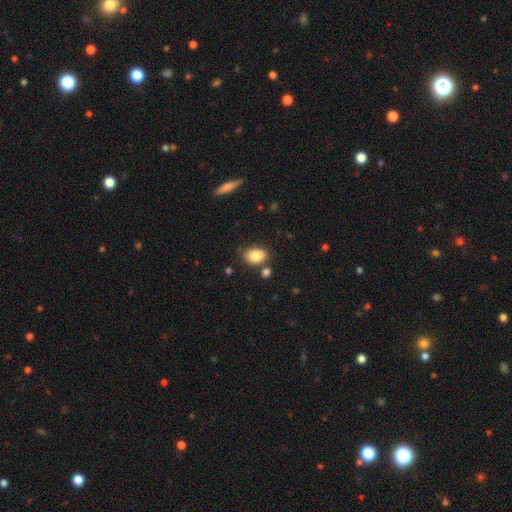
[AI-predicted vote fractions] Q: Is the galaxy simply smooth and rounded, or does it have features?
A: smooth — 85%.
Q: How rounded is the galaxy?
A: in between — 78%.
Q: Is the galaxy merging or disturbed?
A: none — 73%.